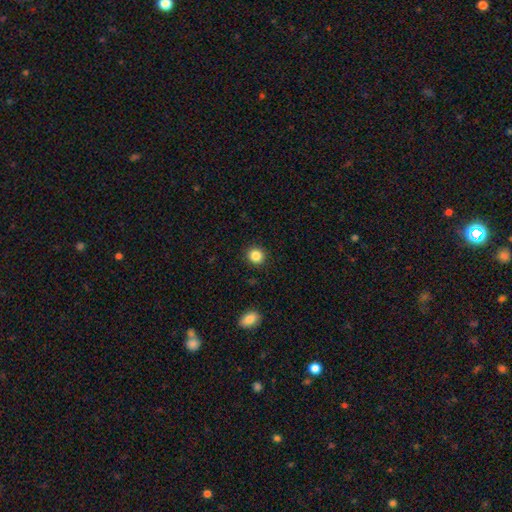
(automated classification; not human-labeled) smooth-or-featured: smooth: 86% | star or artifact: 10% | featured or disk: 4%
  how-rounded: round: 89% | in between: 10% | cigar-shaped: 1%
  merging: none: 92% | minor disturbance: 5% | major disturbance: 2% | merger: 1%